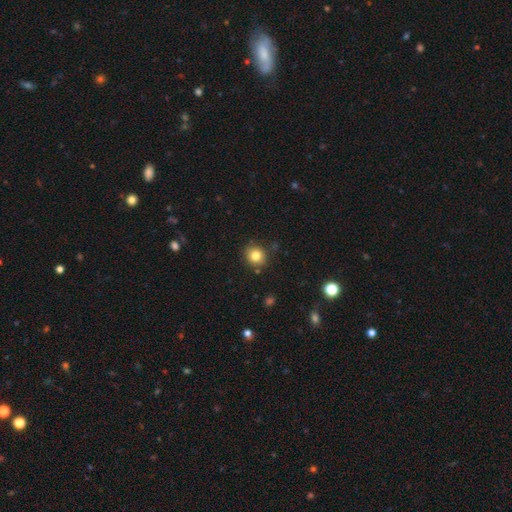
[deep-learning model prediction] A smooth galaxy with no disk features (82%) that is round (85%). Merging: none (86%).